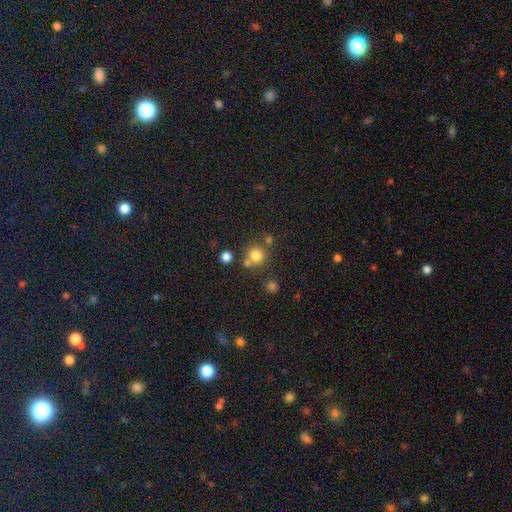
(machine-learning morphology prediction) This is likely a smooth galaxy (77%). How rounded: clearly round (90%). Merging: likely none (68%).